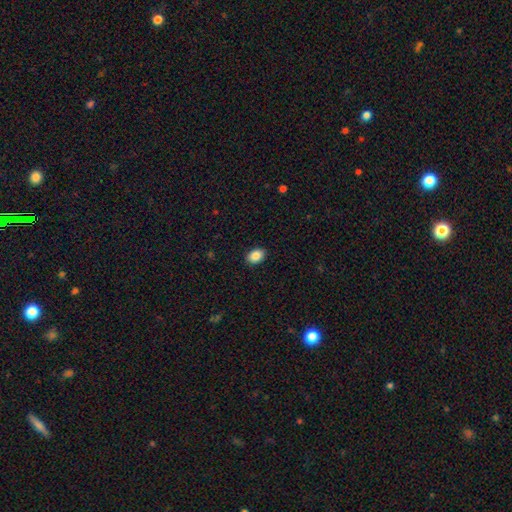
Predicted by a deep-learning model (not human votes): smooth_or_featured: smooth (p=0.87) [alt: star or artifact p=0.08]
how_rounded: in between (p=0.77) [alt: round p=0.22]
merging: none (p=0.89) [alt: minor disturbance p=0.08]